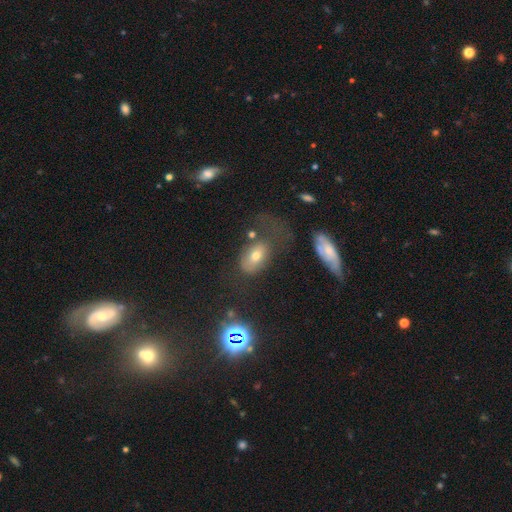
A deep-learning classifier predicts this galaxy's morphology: type=smooth (52%); roundness=in between (85%); merging=none (49%).